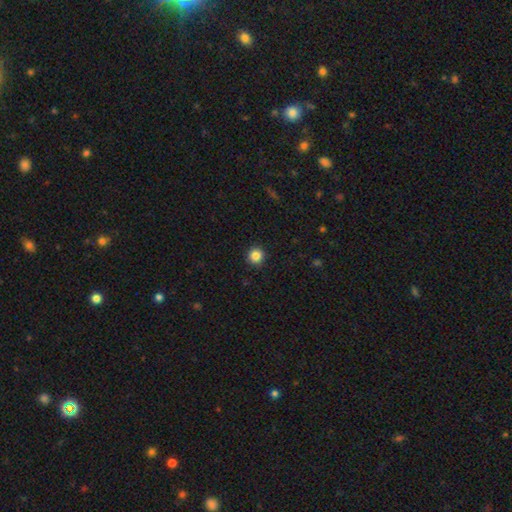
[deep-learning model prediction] The model was most divided on "smooth or featured": smooth: 85%, star or artifact: 11%, featured or disk: 4%. More confident: how rounded — round (95%); merging — none (93%).